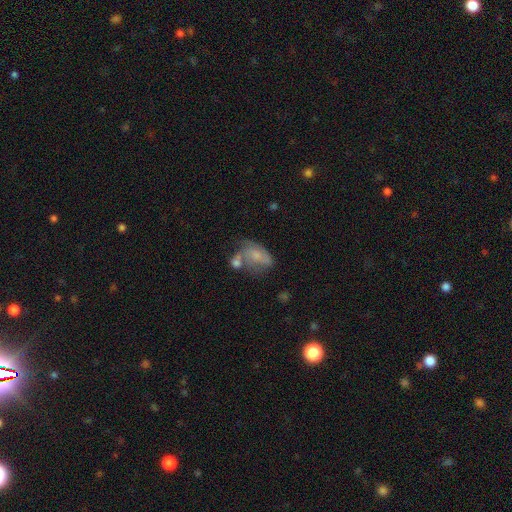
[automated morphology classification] A smooth galaxy with no disk features (47%). Merging: merger (30%).